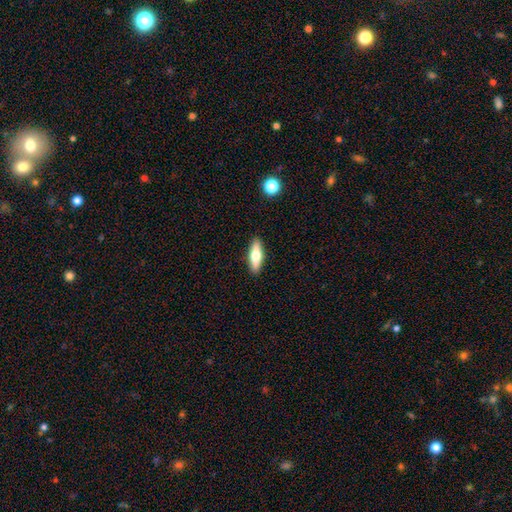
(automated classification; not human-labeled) smooth 61%, featured or disk 33%, star or artifact 6%. Down the decision tree: how rounded — cigar-shaped (51%); merging — none (90%).